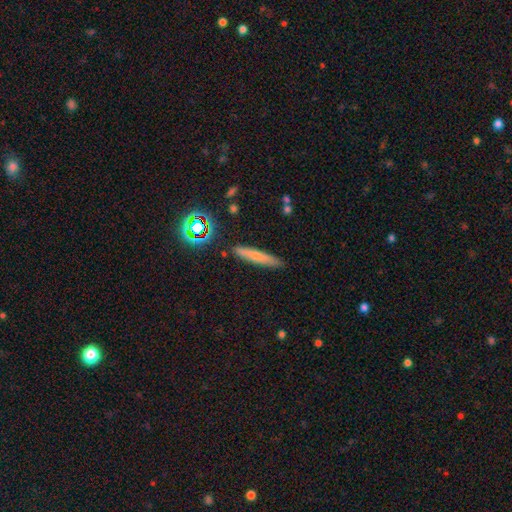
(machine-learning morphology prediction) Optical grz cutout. It shows a smooth galaxy with no disk features (61%) that is cigar-shaped (91%). Merging: none (86%).